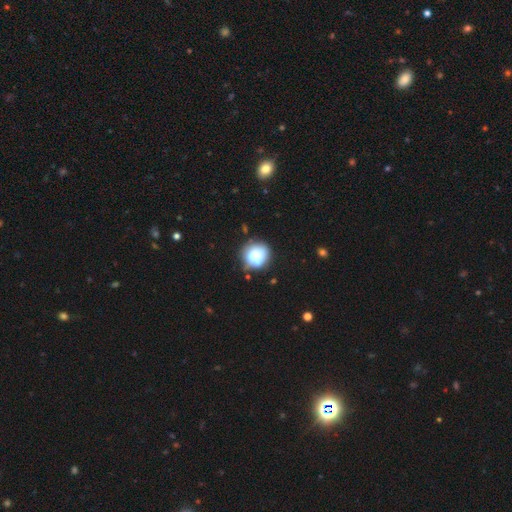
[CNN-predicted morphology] Overall: smooth (74%). How rounded: round (83%). Merging: none (60%; minor disturbance 22%).